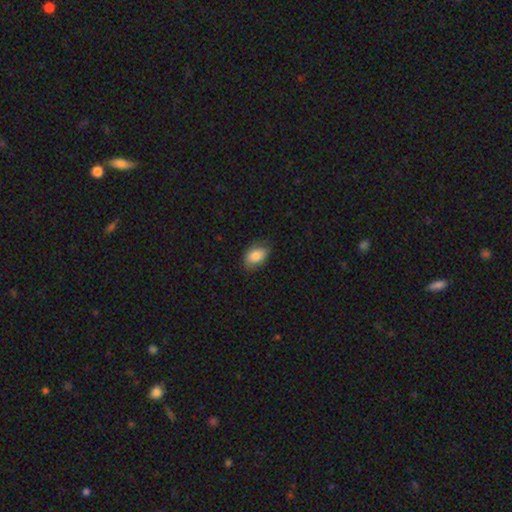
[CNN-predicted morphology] Smooth or featured?
  - smooth: 83% *
  - featured or disk: 9%
  - star or artifact: 8%
How rounded?
  - in between: 86% *
  - round: 13%
  - cigar-shaped: 2%
Merging?
  - none: 73% *
  - minor disturbance: 21%
  - major disturbance: 4%
  - merger: 1%